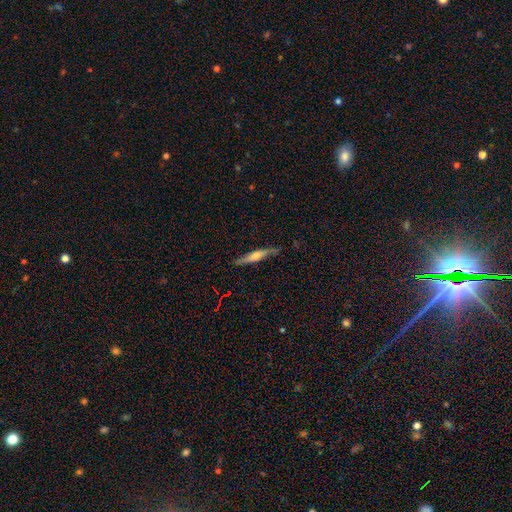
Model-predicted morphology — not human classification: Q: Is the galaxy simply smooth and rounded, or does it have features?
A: featured or disk — 55%.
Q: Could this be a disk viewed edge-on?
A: yes — 90%.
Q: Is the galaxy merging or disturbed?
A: none — 78%.